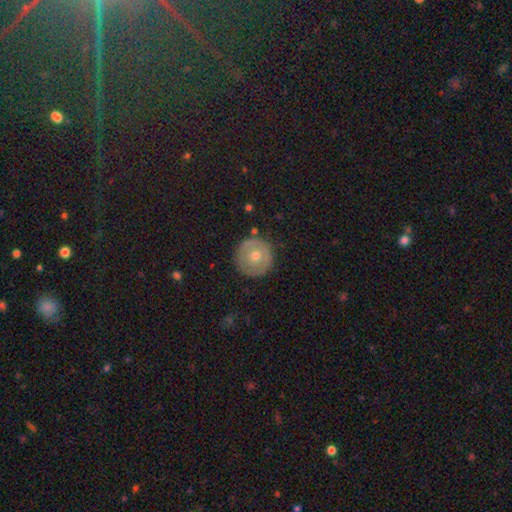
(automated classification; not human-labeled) Overall: smooth (52%; featured or disk 40%). How rounded: round (95%). Merging: none (87%).